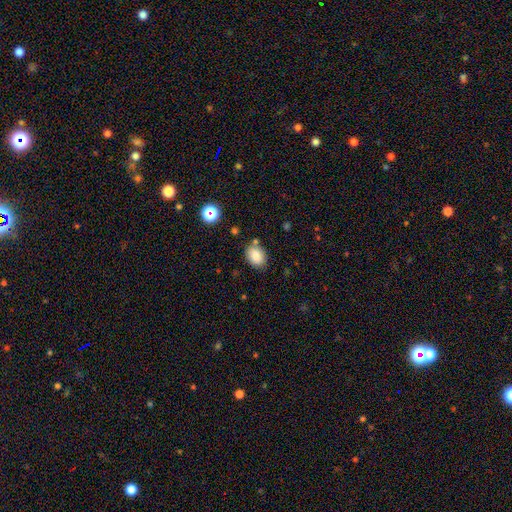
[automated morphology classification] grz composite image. It shows a smooth galaxy with no disk features (84%) that is in between round and cigar-shaped (63%). Merging: none (78%).